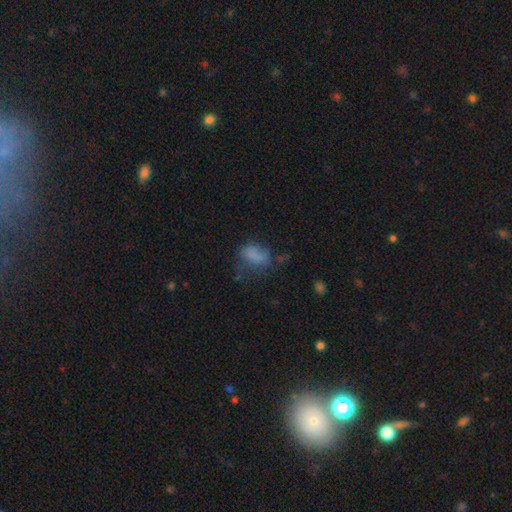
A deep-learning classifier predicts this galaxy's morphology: smooth-or-featured: smooth: 71% | featured or disk: 16% | star or artifact: 14%
  how-rounded: in between: 82% | round: 16% | cigar-shaped: 2%
  merging: none: 39% | minor disturbance: 29% | major disturbance: 27% | merger: 5%